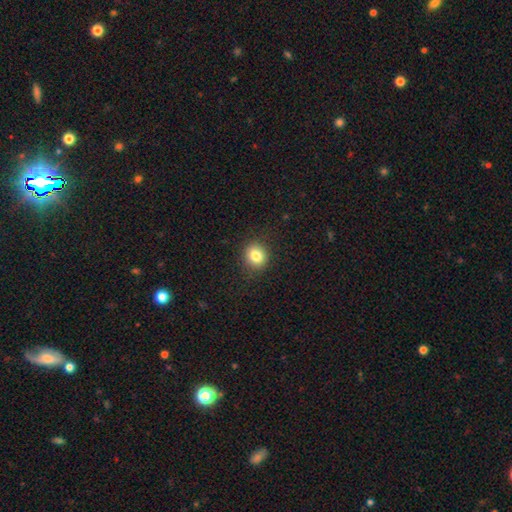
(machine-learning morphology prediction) Smooth or featured?
  - smooth: 82% *
  - star or artifact: 11%
  - featured or disk: 7%
How rounded?
  - round: 80% *
  - in between: 19%
  - cigar-shaped: 1%
Merging?
  - none: 89% *
  - minor disturbance: 7%
  - major disturbance: 3%
  - merger: 1%